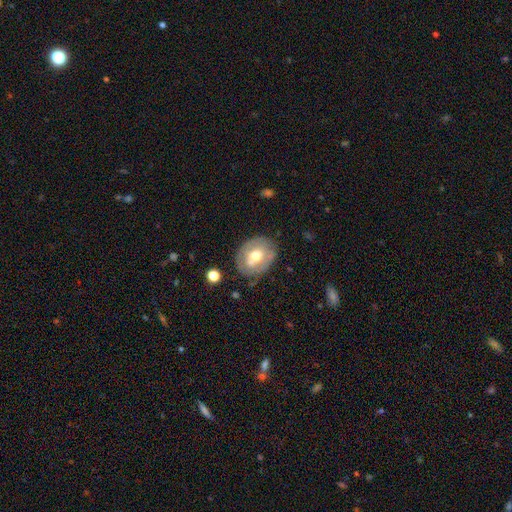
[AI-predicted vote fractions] smooth-or-featured: smooth: 51% | featured or disk: 41% | star or artifact: 8%
  how-rounded: in between: 50% | round: 49% | cigar-shaped: 1%
  merging: none: 65% | minor disturbance: 18% | merger: 11% | major disturbance: 5%